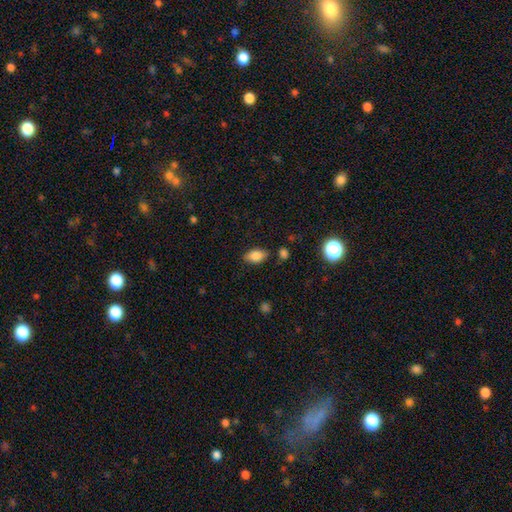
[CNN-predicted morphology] A smooth galaxy with no disk features (83%) that is in between round and cigar-shaped (91%). Merging: none (79%).